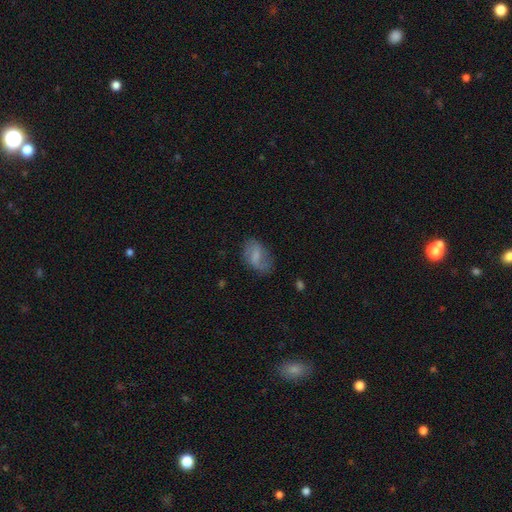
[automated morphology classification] Q: Smooth or featured?
A: featured or disk (48%); runner-up: smooth (43%)
Q: Merging?
A: none (65%); runner-up: minor disturbance (23%)